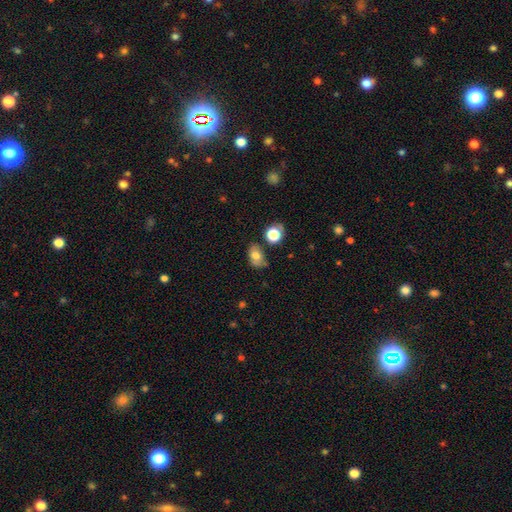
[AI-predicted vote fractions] This appears to be a smooth galaxy with no disk features (72%) that is in between round and cigar-shaped (79%). Merging: none (61%).